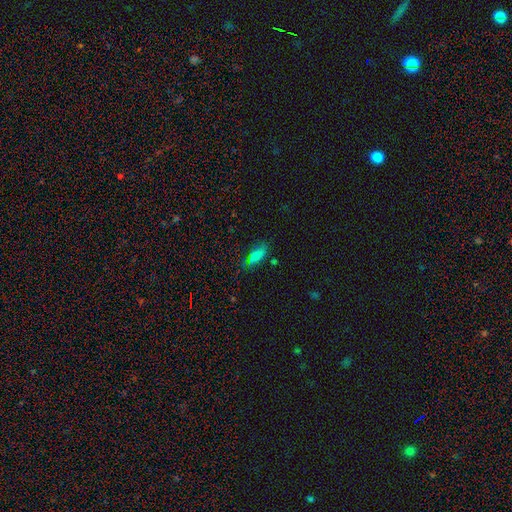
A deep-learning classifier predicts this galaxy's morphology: This appears to be a smooth galaxy with no disk features (77%) that is in between round and cigar-shaped (75%). Merging: none (61%).